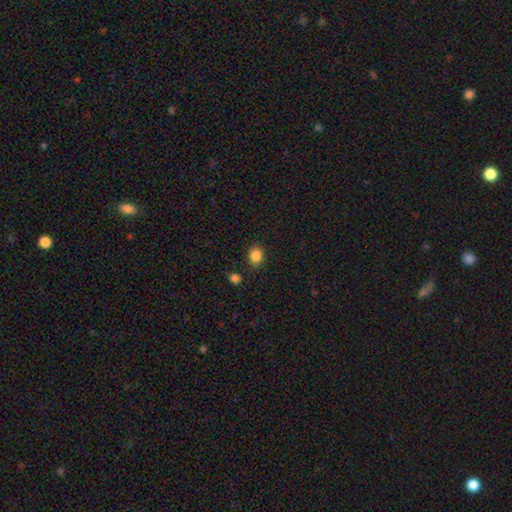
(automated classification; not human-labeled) smooth_or_featured: smooth (p=0.86) [alt: star or artifact p=0.10]
how_rounded: round (p=0.54) [alt: in between p=0.45]
merging: none (p=0.85) [alt: minor disturbance p=0.09]